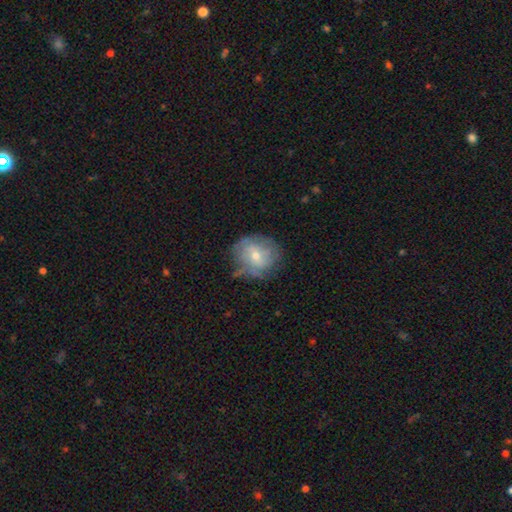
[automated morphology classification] Smooth or featured?
  - featured or disk: 56% *
  - smooth: 35%
  - star or artifact: 10%
Edge-on disk?
  - no: 97% *
  - yes: 3%
Bar?
  - no: 64% *
  - weak: 30%
  - strong: 6%
Spiral arms?
  - yes: 70% *
  - no: 30%
Bulge size?
  - small: 52% *
  - moderate: 44%
  - large: 2%
  - none: 1%
  - dominant: 1%
Merging?
  - none: 66% *
  - minor disturbance: 23%
  - major disturbance: 9%
  - merger: 2%